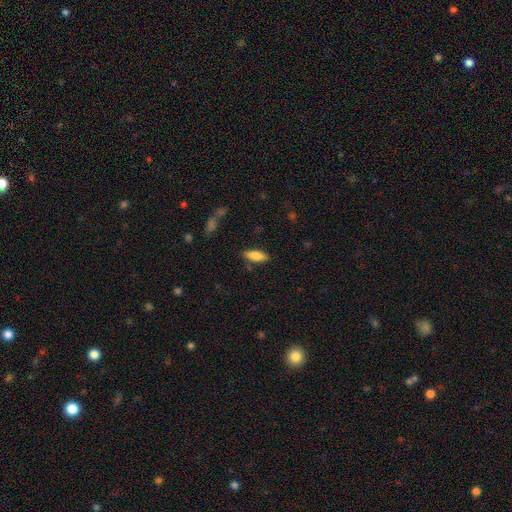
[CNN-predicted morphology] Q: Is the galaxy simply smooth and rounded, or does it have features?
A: smooth — 81%.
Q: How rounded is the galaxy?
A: in between — 68%.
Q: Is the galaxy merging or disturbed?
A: none — 83%.